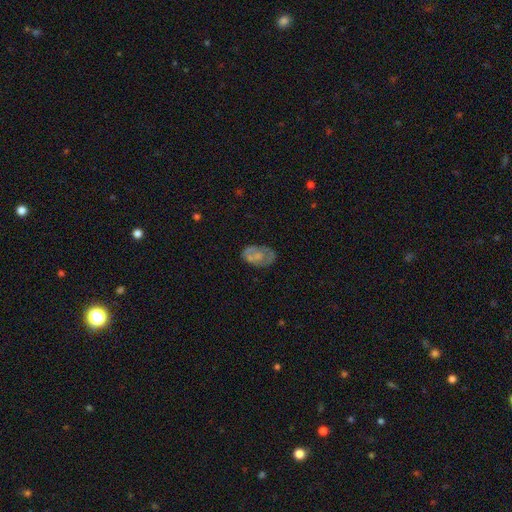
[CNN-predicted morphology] Q: Smooth or featured?
A: smooth (50%); runner-up: featured or disk (42%)
Q: How rounded?
A: in between (86%); runner-up: round (13%)
Q: Merging?
A: none (63%); runner-up: minor disturbance (24%)